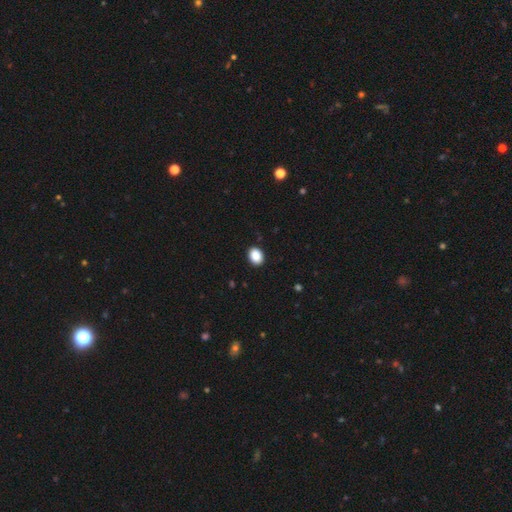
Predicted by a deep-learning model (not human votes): A smooth galaxy with no disk features (90%) that is in between round and cigar-shaped (62%).

Vote fractions:
- Smooth or featured? smooth: 90% / star or artifact: 8% / featured or disk: 2%
- How rounded? in between: 62% / round: 37% / cigar-shaped: 1%
- Merging? none: 91% / minor disturbance: 7% / major disturbance: 2% / merger: 1%